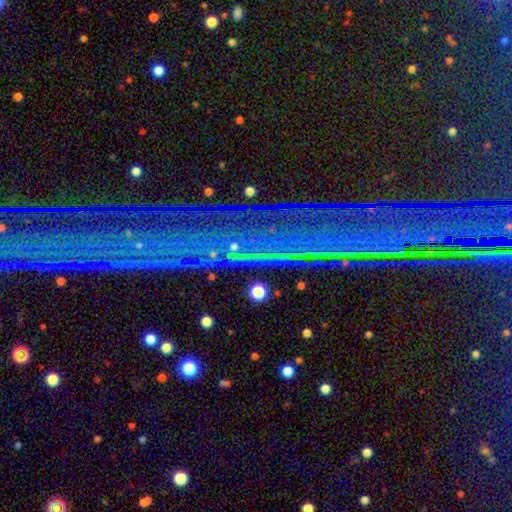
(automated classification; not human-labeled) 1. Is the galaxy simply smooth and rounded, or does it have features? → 83% star or artifact, 10% featured or disk, 7% smooth.